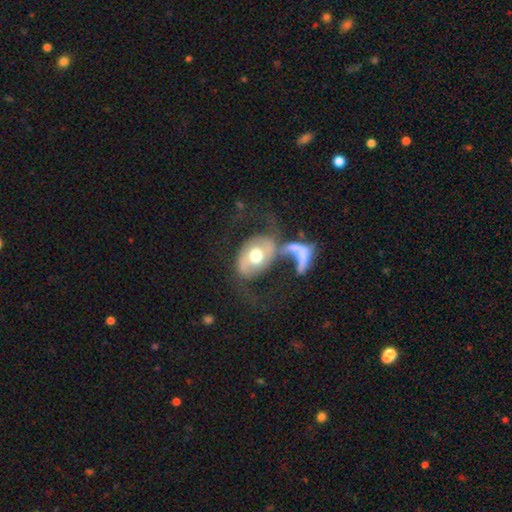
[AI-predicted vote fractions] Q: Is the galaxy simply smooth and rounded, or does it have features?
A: featured or disk — 63%.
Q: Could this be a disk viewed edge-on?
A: no — 94%.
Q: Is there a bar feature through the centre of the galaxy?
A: no — 68%.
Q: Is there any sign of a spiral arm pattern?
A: yes — 56%.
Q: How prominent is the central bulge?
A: moderate — 62%.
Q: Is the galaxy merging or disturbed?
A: merger — 38%.